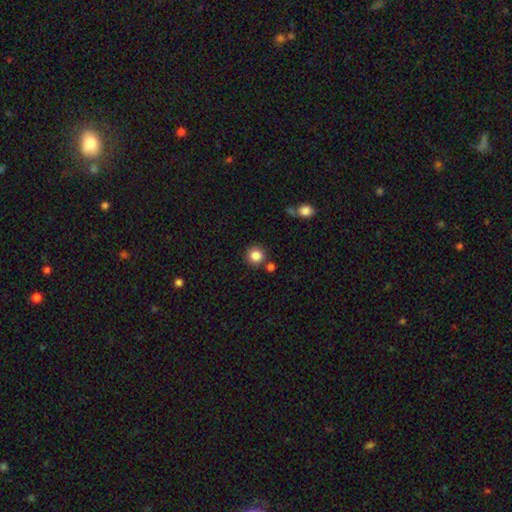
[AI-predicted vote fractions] Smooth or featured? Predicted: smooth (p=0.86). How rounded? Predicted: round (p=0.93). Merging? Predicted: none (p=0.80).